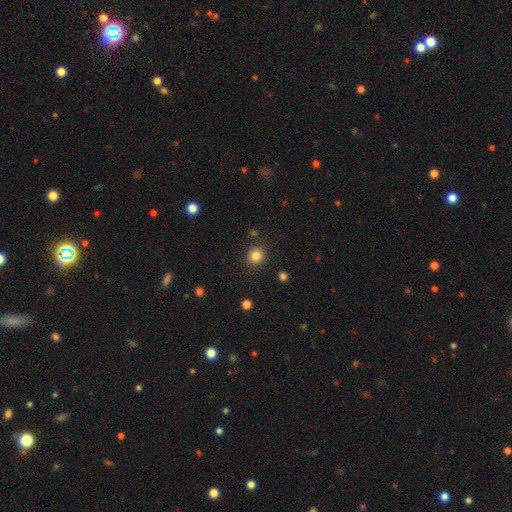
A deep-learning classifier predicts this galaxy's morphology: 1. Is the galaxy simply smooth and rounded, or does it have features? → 84% smooth, 11% star or artifact, 5% featured or disk.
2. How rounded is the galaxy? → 78% round, 21% in between, 1% cigar-shaped.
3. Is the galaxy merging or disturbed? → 87% none, 8% minor disturbance, 3% major disturbance, 2% merger.